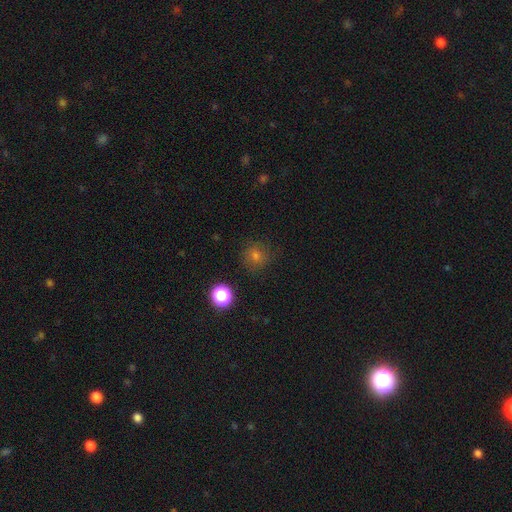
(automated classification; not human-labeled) A smooth galaxy with no disk features (68%) that is round (93%).

Vote fractions:
- Smooth or featured? smooth: 68% / star or artifact: 24% / featured or disk: 8%
- How rounded? round: 93% / in between: 6% / cigar-shaped: 1%
- Merging? none: 86% / minor disturbance: 9% / major disturbance: 3% / merger: 2%